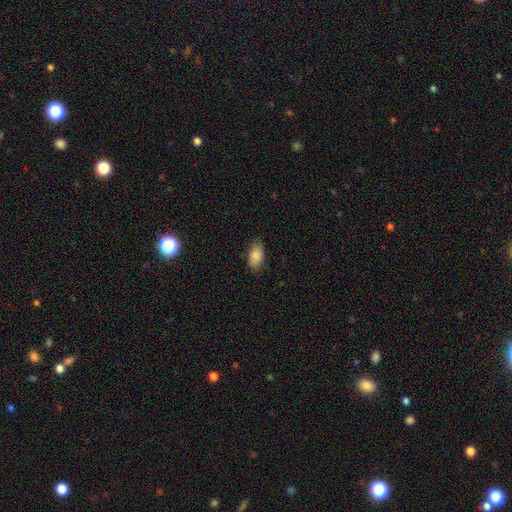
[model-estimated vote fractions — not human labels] This appears to be a smooth galaxy with no disk features (86%) that is in between round and cigar-shaped (93%). Merging: none (79%).